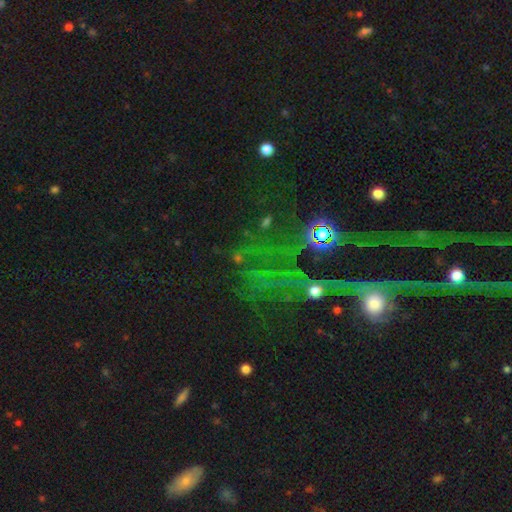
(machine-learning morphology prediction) This appears to be a star or artifact, not a galaxy (62%).